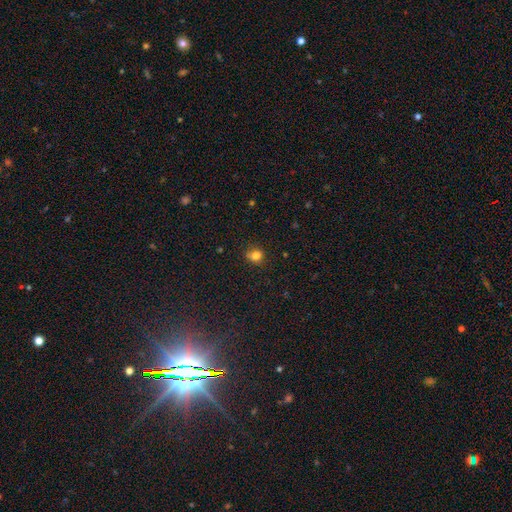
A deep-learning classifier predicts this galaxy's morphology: A smooth galaxy with no disk features (81%) that is round (77%). Merging: none (79%).